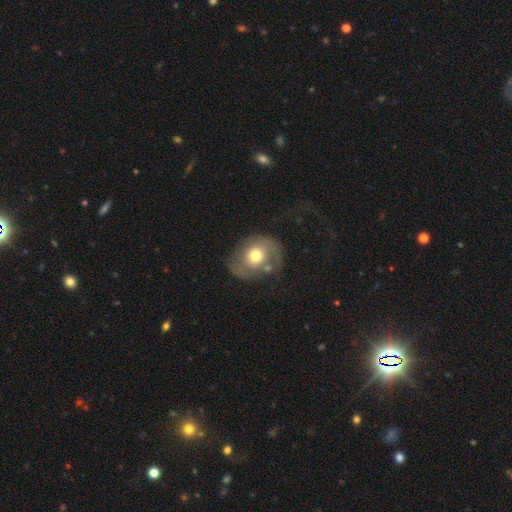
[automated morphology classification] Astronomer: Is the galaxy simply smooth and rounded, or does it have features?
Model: smooth — 51% (runner-up: featured or disk, 41%).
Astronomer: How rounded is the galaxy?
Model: round — 58% (runner-up: in between, 41%).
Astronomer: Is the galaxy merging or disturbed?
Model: none — 53%.